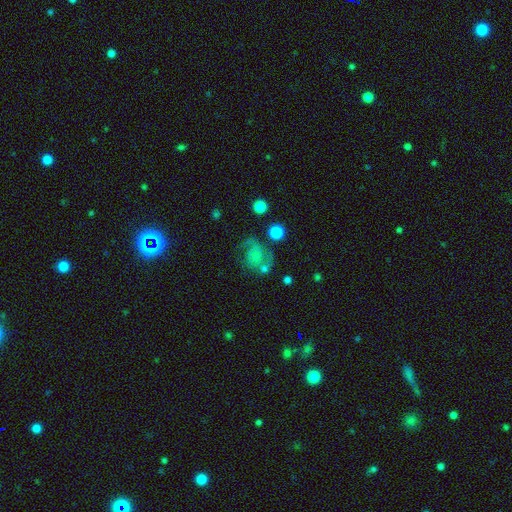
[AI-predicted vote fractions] Smooth or featured?
  - featured or disk: 62% *
  - smooth: 27%
  - star or artifact: 10%
Edge-on disk?
  - no: 98% *
  - yes: 2%
Bar?
  - no: 73% *
  - weak: 22%
  - strong: 4%
Spiral arms?
  - yes: 85% *
  - no: 15%
Spiral winding?
  - medium: 46% *
  - loose: 31%
  - tight: 23%
Spiral arm count?
  - 2: 55% *
  - 1: 23%
  - can't tell: 12%
  - 3: 5%
  - 4: 2%
  - more than 4: 2%
Bulge size?
  - small: 56% *
  - none: 21%
  - moderate: 19%
  - large: 3%
  - dominant: 2%
Merging?
  - none: 43% *
  - major disturbance: 25%
  - minor disturbance: 21%
  - merger: 11%